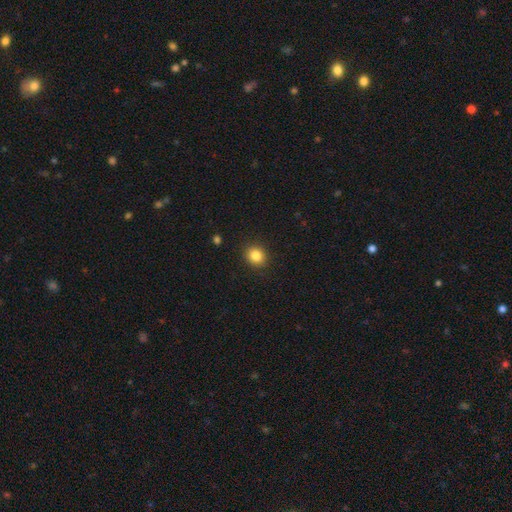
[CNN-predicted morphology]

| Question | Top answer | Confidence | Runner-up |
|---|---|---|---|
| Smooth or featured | smooth | 84% | star or artifact (11%) |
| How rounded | round | 76% | in between (23%) |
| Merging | none | 90% | minor disturbance (7%) |